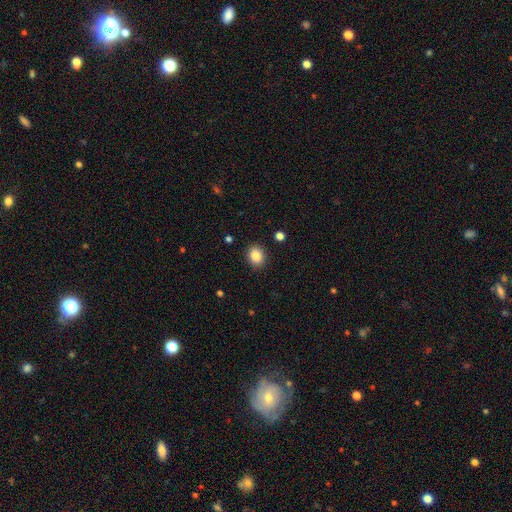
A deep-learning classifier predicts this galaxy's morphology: Smooth or featured?
  - smooth: 86% *
  - star or artifact: 9%
  - featured or disk: 5%
How rounded?
  - round: 52% *
  - in between: 47%
  - cigar-shaped: 1%
Merging?
  - none: 89% *
  - minor disturbance: 8%
  - major disturbance: 2%
  - merger: 1%